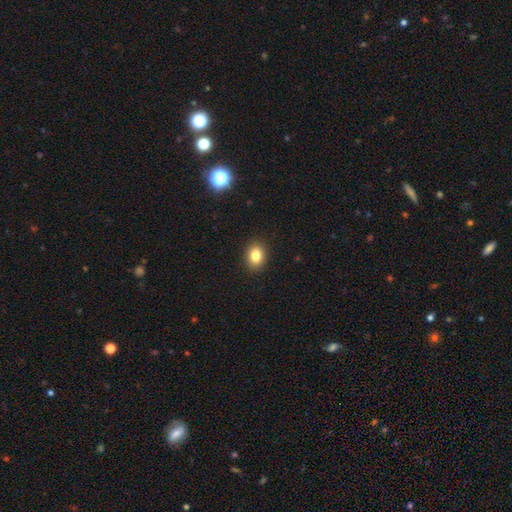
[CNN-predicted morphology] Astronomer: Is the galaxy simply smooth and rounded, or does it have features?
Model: smooth — 83%.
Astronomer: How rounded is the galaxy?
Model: in between — 61% (runner-up: round, 38%).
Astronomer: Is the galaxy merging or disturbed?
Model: none — 90%.